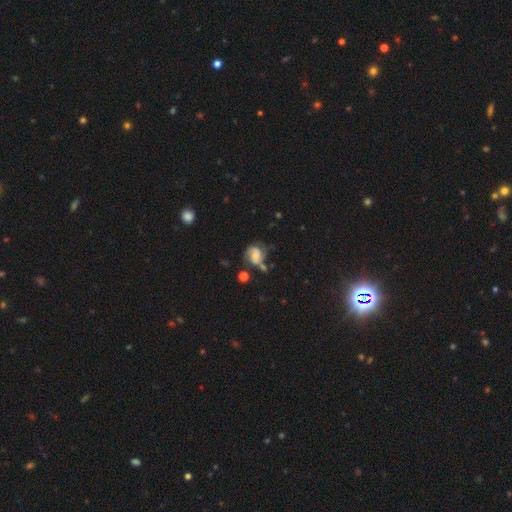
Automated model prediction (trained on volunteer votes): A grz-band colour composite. It shows a featured or disk galaxy (61%) with no bar (55%), 2 (76%) medium (46%) spiral arms (89%) and a small central bulge (38%). Merging: none (48%).